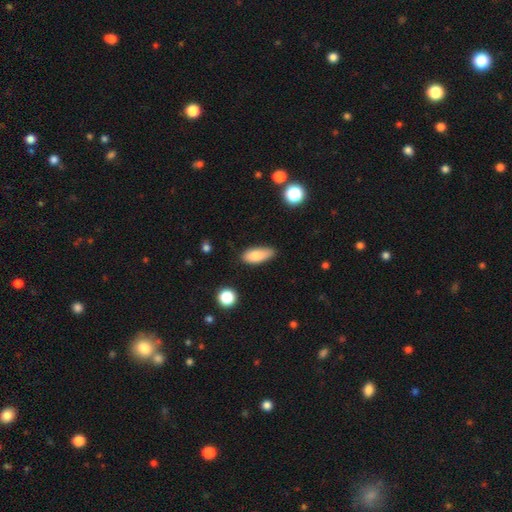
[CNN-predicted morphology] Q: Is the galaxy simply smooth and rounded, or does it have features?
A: smooth — 82%.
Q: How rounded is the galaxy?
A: in between — 78%.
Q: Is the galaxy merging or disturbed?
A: none — 71%.